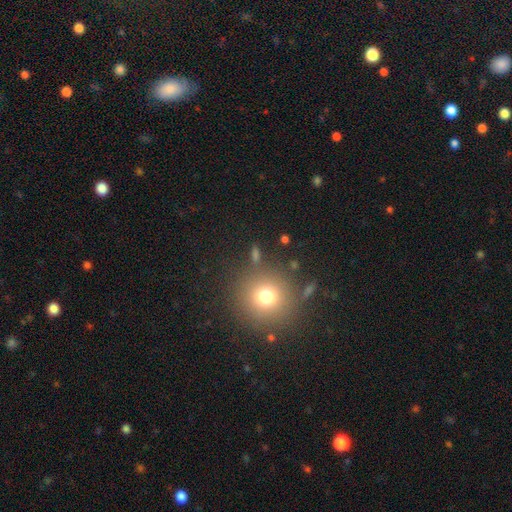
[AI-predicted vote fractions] smooth_or_featured: smooth (p=0.66) [alt: star or artifact p=0.25]
how_rounded: round (p=0.91) [alt: in between p=0.08]
merging: none (p=0.84) [alt: minor disturbance p=0.07]